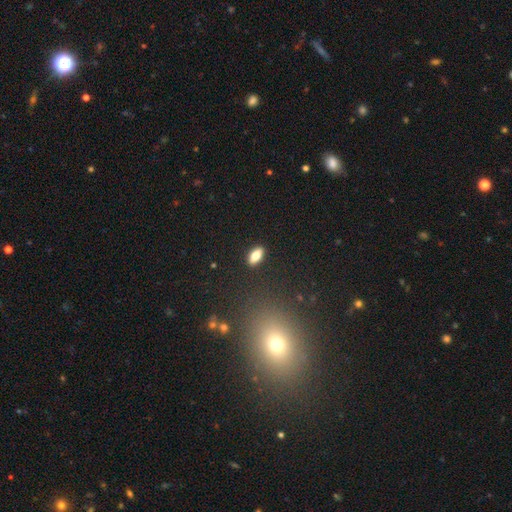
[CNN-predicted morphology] smooth 77%, featured or disk 15%, star or artifact 8%. Down the decision tree: how rounded — in between (86%); merging — none (89%).